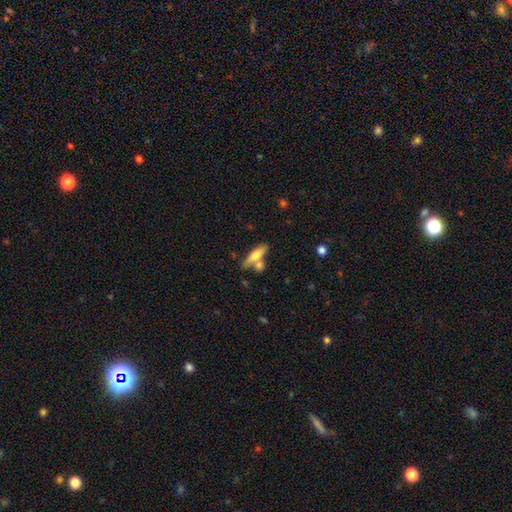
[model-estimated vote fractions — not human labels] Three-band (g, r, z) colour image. It shows a smooth galaxy with no disk features (55%) that is cigar-shaped (64%). Merging: none (57%).